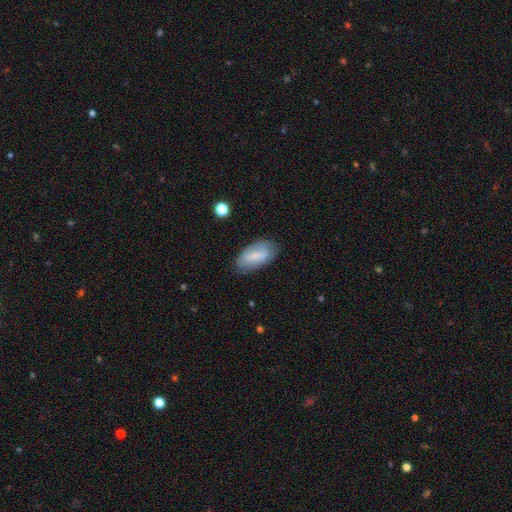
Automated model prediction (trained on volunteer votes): Morphology: type=smooth (72%); roundness=in between (92%); merging=none (74%).